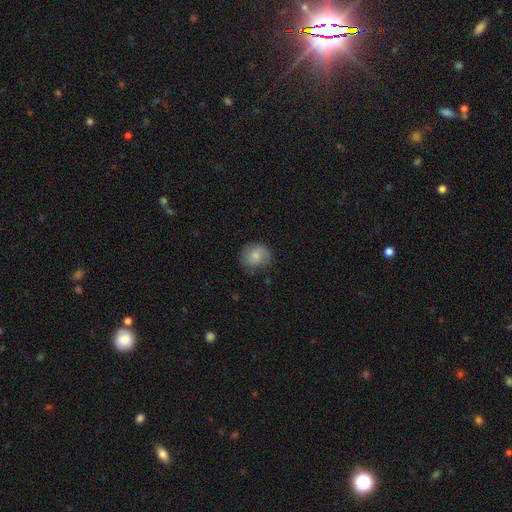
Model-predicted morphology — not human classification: This is likely a smooth galaxy (73%). How rounded: clearly round (82%). Merging: likely none (70%).